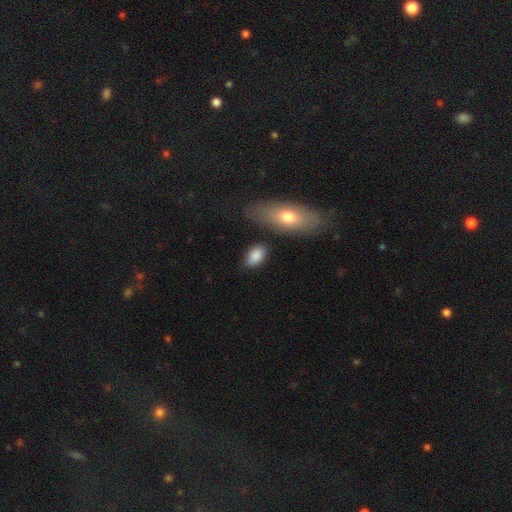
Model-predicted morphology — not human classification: A smooth galaxy with no disk features (87%) that is in between round and cigar-shaped (90%).

Vote fractions:
- Smooth or featured? smooth: 87% / featured or disk: 7% / star or artifact: 6%
- How rounded? in between: 90% / round: 7% / cigar-shaped: 3%
- Merging? none: 76% / minor disturbance: 15% / merger: 5% / major disturbance: 4%